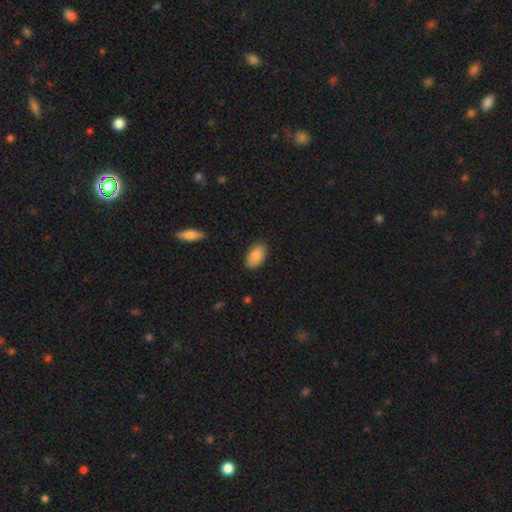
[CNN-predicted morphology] This appears to be a smooth galaxy with no disk features (86%) that is in between round and cigar-shaped (94%). Merging: none (85%).